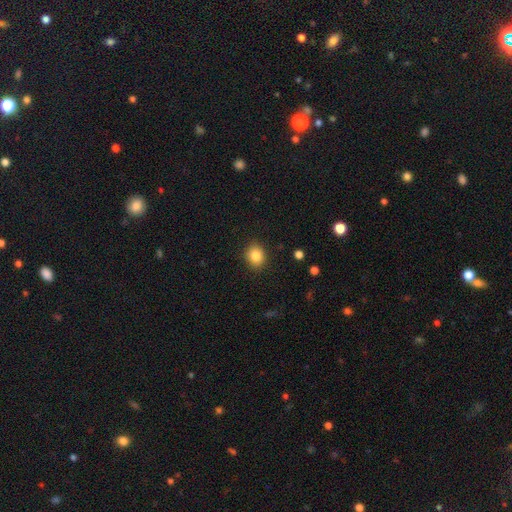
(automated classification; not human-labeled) Smooth or featured? smooth (85%)
How rounded? round (66%)
Merging? none (89%)